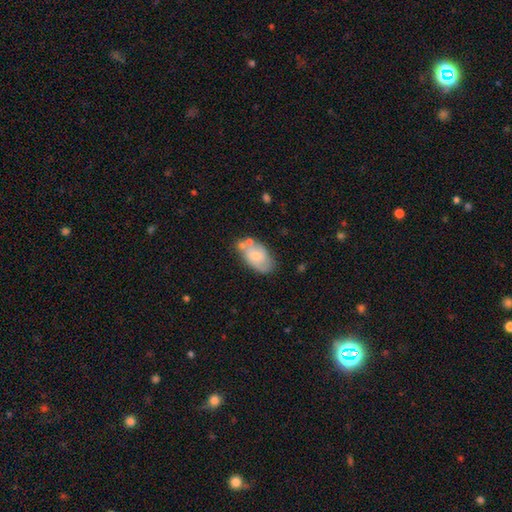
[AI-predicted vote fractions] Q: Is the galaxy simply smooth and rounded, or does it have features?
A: smooth — 58%.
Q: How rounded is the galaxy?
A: in between — 92%.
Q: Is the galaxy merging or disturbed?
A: none — 54%.